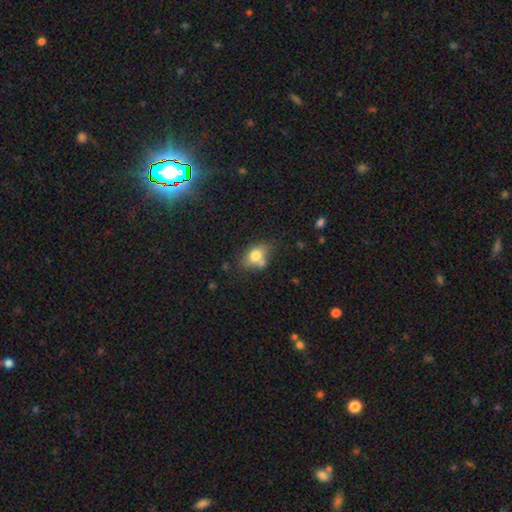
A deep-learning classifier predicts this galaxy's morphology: This appears to be a smooth galaxy with no disk features (75%) that is in between round and cigar-shaped (75%). Merging: none (55%).